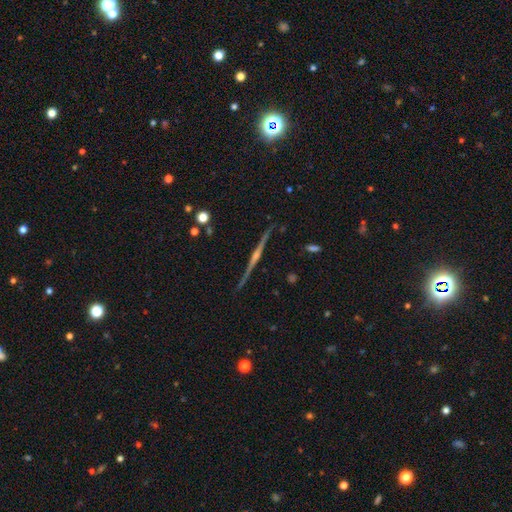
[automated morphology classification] Q: Smooth or featured?
A: featured or disk (78%); runner-up: star or artifact (12%)
Q: Edge-on disk?
A: yes (97%); runner-up: no (3%)
Q: Edge-on bulge?
A: rounded (80%); runner-up: none (12%)
Q: Merging?
A: none (89%); runner-up: minor disturbance (7%)